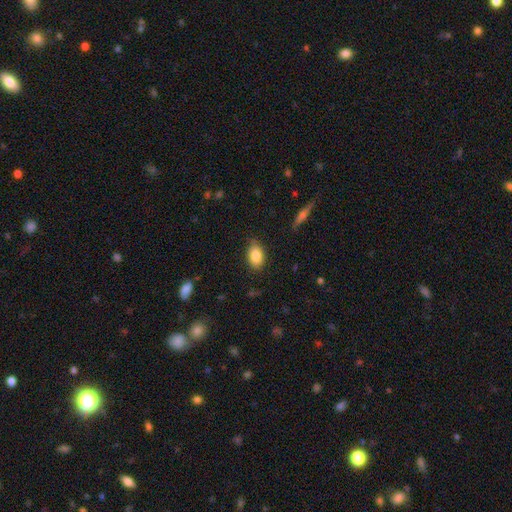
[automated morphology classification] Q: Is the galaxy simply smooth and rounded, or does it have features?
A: smooth — 85%.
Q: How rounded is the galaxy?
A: in between — 89%.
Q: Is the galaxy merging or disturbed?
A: none — 79%.